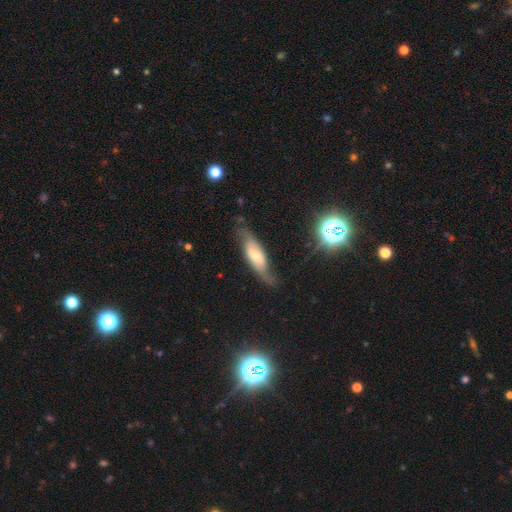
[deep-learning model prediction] A featured or disk galaxy (50%).

Vote fractions:
- Smooth or featured? featured or disk: 50% / smooth: 42% / star or artifact: 8%
- Edge-on disk? no: 64% / yes: 36%
- Merging? none: 63% / minor disturbance: 24% / major disturbance: 10% / merger: 2%